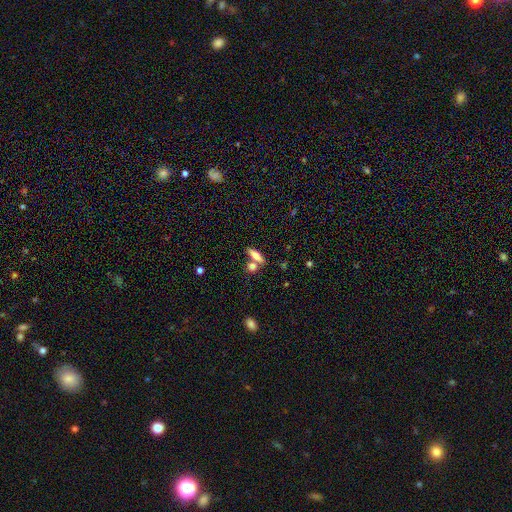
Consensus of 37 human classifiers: Smooth or featured?
  - smooth: 73% *
  - featured or disk: 22%
  - star or artifact: 5%
How rounded?
  - cigar-shaped: 74% *
  - in between: 22%
  - round: 4%
Merging?
  - none: 51% *
  - merger: 37%
  - major disturbance: 9%
  - minor disturbance: 3%